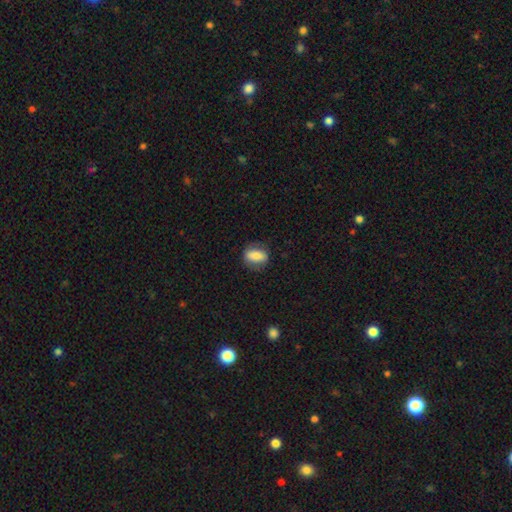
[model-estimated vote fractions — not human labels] This appears to be a smooth galaxy with no disk features (78%) that is in between round and cigar-shaped (76%). Merging: none (79%).